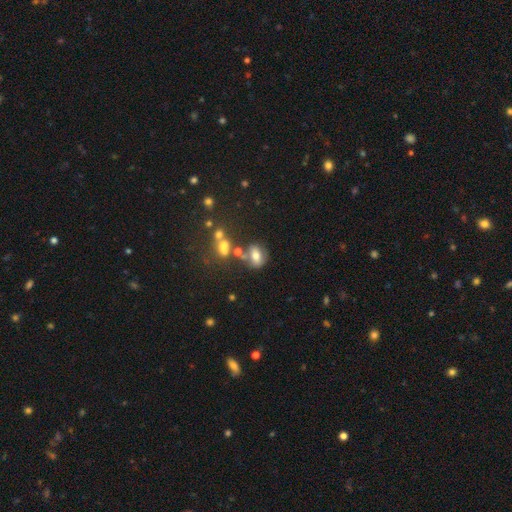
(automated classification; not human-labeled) smooth-or-featured: smooth: 63% | featured or disk: 22% | star or artifact: 15%
  how-rounded: in between: 68% | round: 28% | cigar-shaped: 4%
  merging: none: 51% | merger: 24% | minor disturbance: 17% | major disturbance: 9%